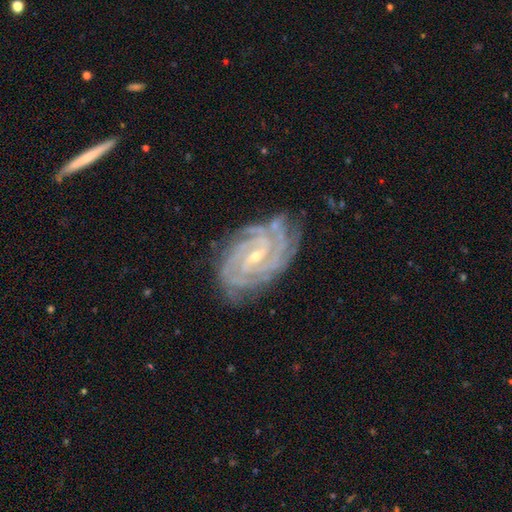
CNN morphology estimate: A featured or disk galaxy (92%) with a weak bar (48%), 4 (31%) tight (79%) spiral arms (99%) and a small central bulge (72%). Merging: none (75%).